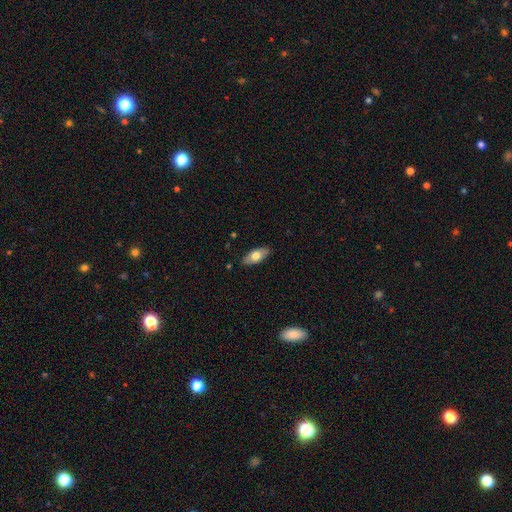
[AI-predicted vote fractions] smooth-or-featured: smooth: 65% | featured or disk: 29% | star or artifact: 6%
  how-rounded: in between: 87% | cigar-shaped: 10% | round: 3%
  merging: none: 86% | minor disturbance: 11% | major disturbance: 2% | merger: 1%